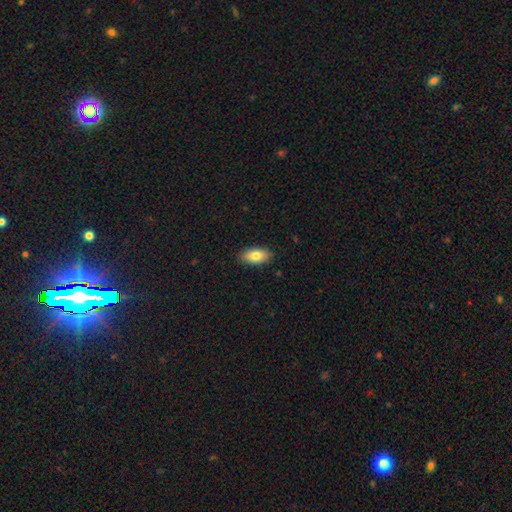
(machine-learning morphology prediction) This is clearly a smooth galaxy (82%). How rounded: clearly in between (92%). Merging: clearly none (88%).